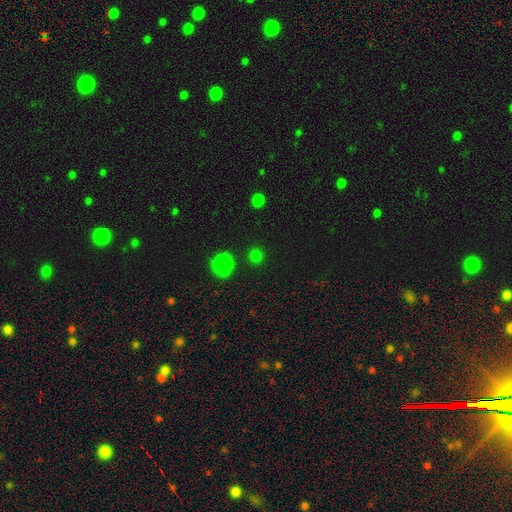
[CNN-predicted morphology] Q: Smooth or featured?
A: smooth (75%); runner-up: star or artifact (21%)
Q: How rounded?
A: round (87%); runner-up: in between (12%)
Q: Merging?
A: none (84%); runner-up: minor disturbance (9%)